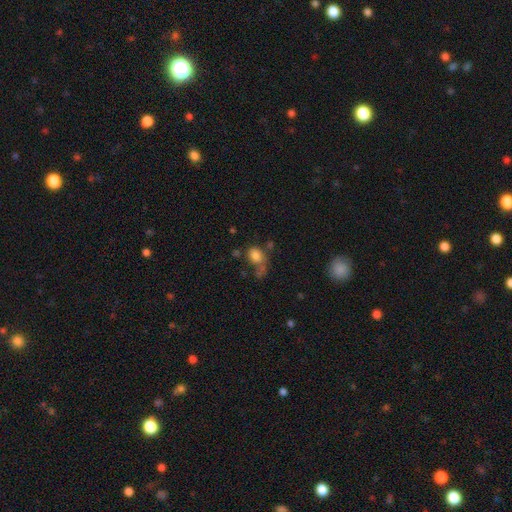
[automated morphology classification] Overall: smooth (77%). How rounded: in between (58%; round 41%). Merging: none (37%; major disturbance 25%).